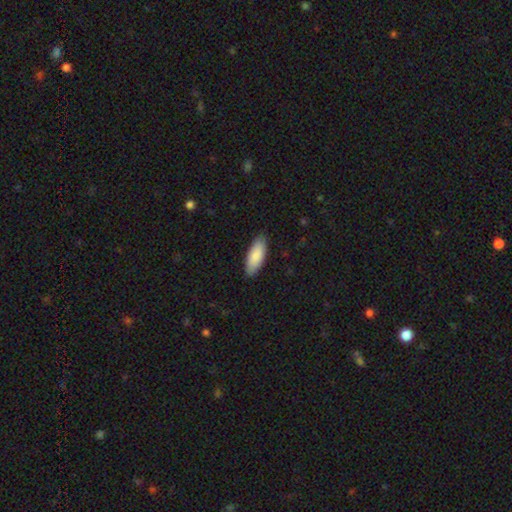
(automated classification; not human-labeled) smooth 87%, featured or disk 8%, star or artifact 5%. Down the decision tree: how rounded — in between (78%); merging — none (86%).